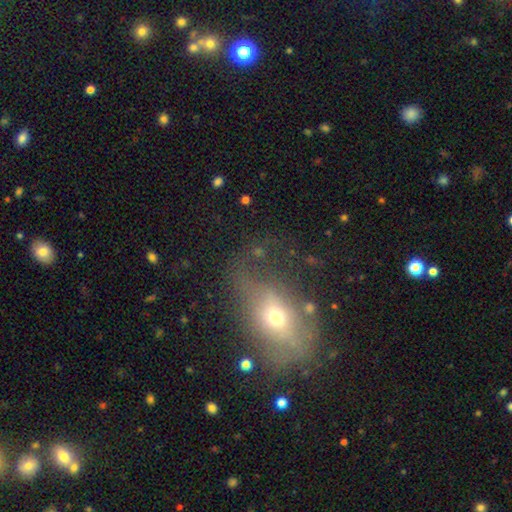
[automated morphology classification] Overall: featured or disk (44%; smooth 41%). Merging: none (46%; minor disturbance 26%).